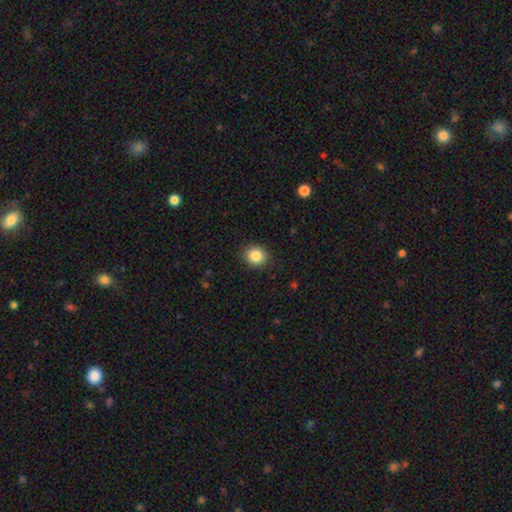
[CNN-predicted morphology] type=smooth (86%); roundness=round (78%); merging=none (89%).